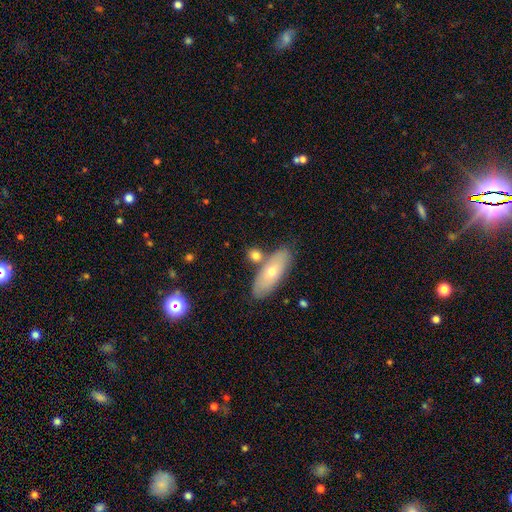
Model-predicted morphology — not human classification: A smooth galaxy with no disk features (73%) that is in between round and cigar-shaped (50%).

Vote fractions:
- Smooth or featured? smooth: 73% / featured or disk: 20% / star or artifact: 7%
- How rounded? in between: 50% / round: 31% / cigar-shaped: 19%
- Merging? none: 62% / merger: 23% / minor disturbance: 12% / major disturbance: 4%